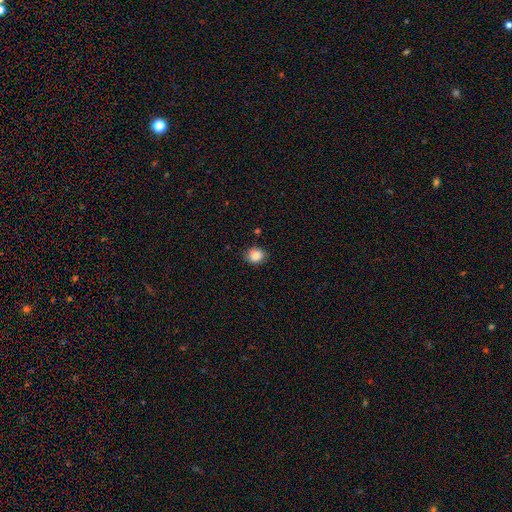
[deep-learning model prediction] This appears to be a smooth galaxy with no disk features (86%) that is round (67%). Merging: none (81%).